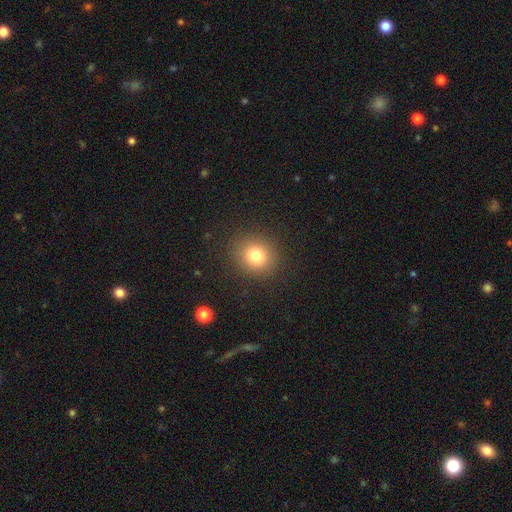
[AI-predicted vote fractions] Q: Smooth or featured?
A: smooth (78%); runner-up: star or artifact (14%)
Q: How rounded?
A: round (82%); runner-up: in between (17%)
Q: Merging?
A: none (89%); runner-up: minor disturbance (7%)